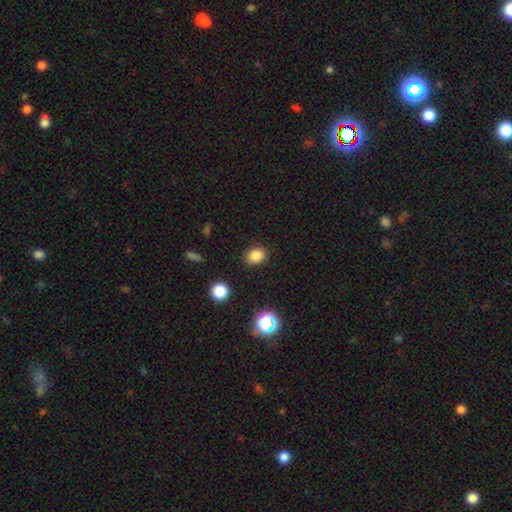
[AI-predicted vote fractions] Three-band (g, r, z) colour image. It shows a smooth galaxy with no disk features (83%) that is round (50%). Merging: none (87%).